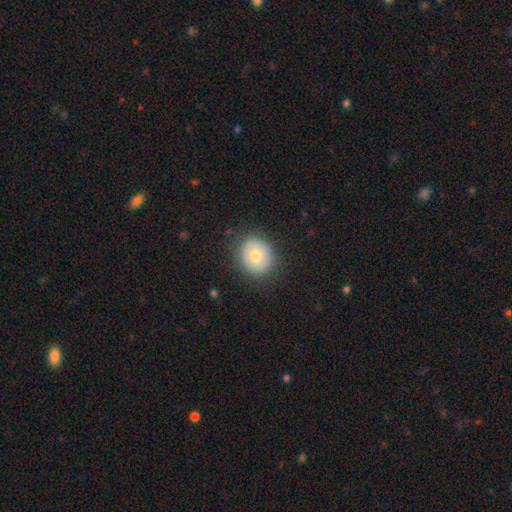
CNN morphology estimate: A smooth galaxy with no disk features (69%) that is round (78%). Merging: none (86%).